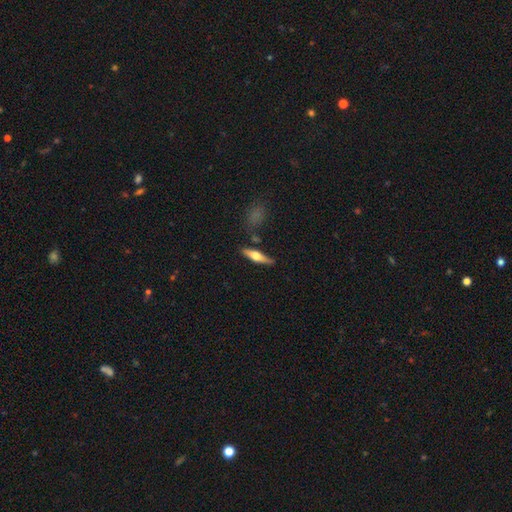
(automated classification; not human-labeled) Q: Smooth or featured?
A: featured or disk (57%); runner-up: smooth (37%)
Q: Edge-on disk?
A: yes (95%); runner-up: no (5%)
Q: Edge-on bulge?
A: rounded (93%); runner-up: boxy (5%)
Q: Merging?
A: none (81%); runner-up: minor disturbance (11%)